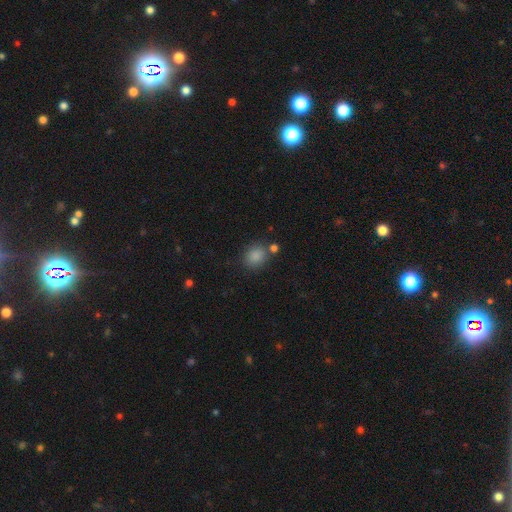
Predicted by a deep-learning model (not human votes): This appears to be a smooth galaxy with no disk features (84%) that is round (61%). Merging: none (73%).